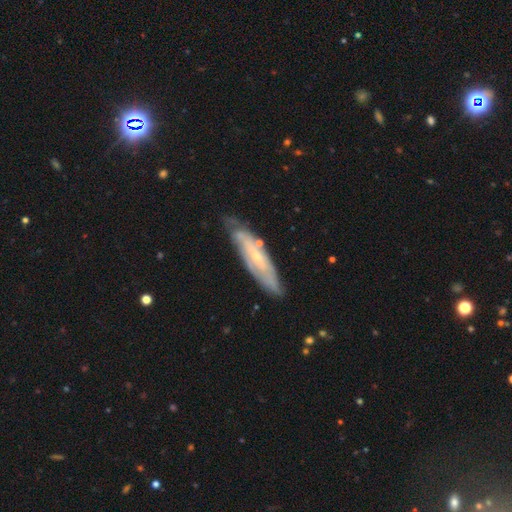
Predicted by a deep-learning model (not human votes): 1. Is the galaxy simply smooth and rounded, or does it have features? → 69% featured or disk, 24% smooth, 6% star or artifact.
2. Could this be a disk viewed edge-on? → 62% no, 38% yes.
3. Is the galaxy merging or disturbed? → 70% none, 22% minor disturbance, 5% major disturbance, 3% merger.